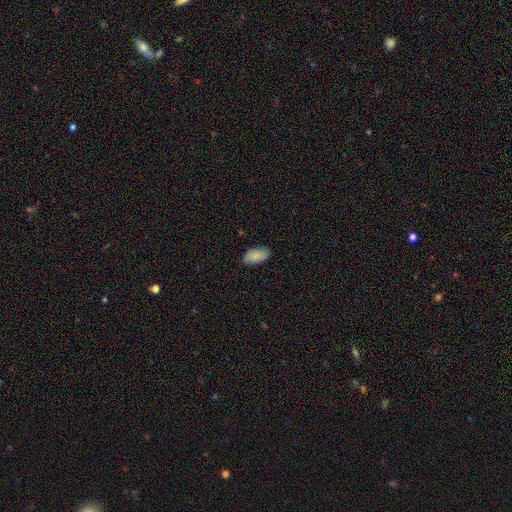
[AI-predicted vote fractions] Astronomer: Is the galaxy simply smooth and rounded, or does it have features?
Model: smooth — 85%.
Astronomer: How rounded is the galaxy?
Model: in between — 94%.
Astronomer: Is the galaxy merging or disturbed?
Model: none — 83%.